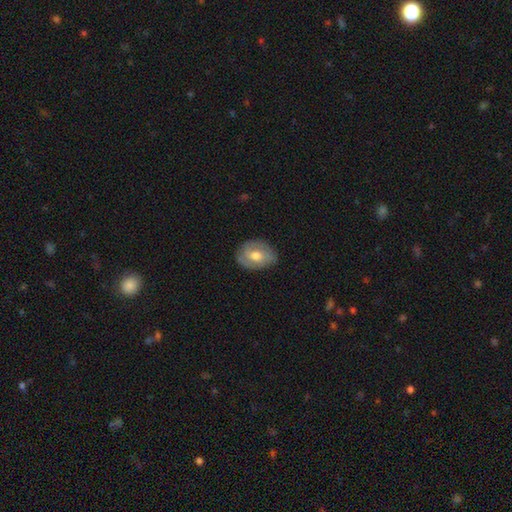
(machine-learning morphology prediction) type=smooth (48%); merging=none (74%).